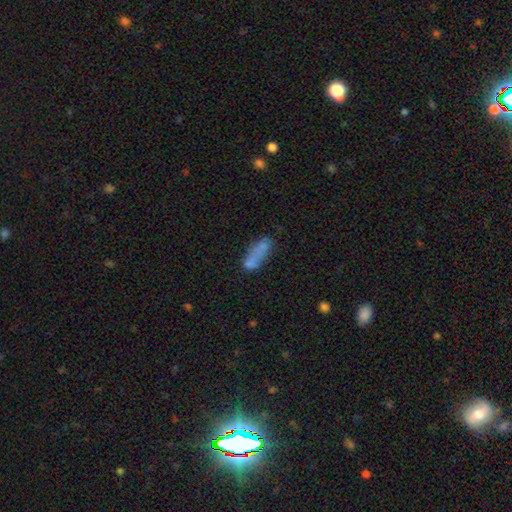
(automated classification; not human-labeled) A smooth galaxy with no disk features (69%) that is in between round and cigar-shaped (51%). Merging: none (44%).